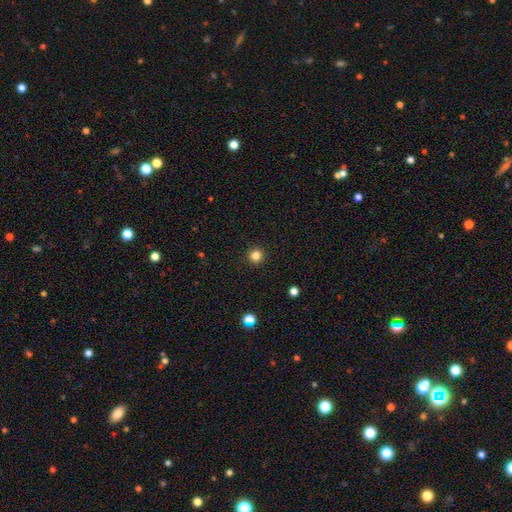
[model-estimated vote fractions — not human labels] Smooth or featured? smooth (83%)
How rounded? round (96%)
Merging? none (93%)